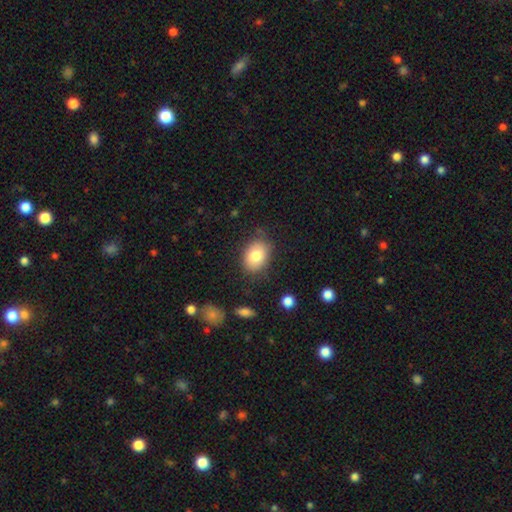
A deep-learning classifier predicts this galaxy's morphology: Overall: smooth (80%). How rounded: in between (70%). Merging: none (77%).